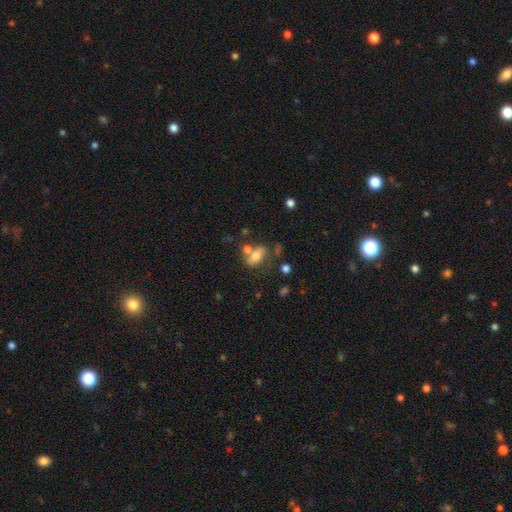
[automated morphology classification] Smooth or featured? Predicted: smooth (p=0.60). How rounded? Predicted: in between (p=0.79). Merging? Predicted: none (p=0.41).